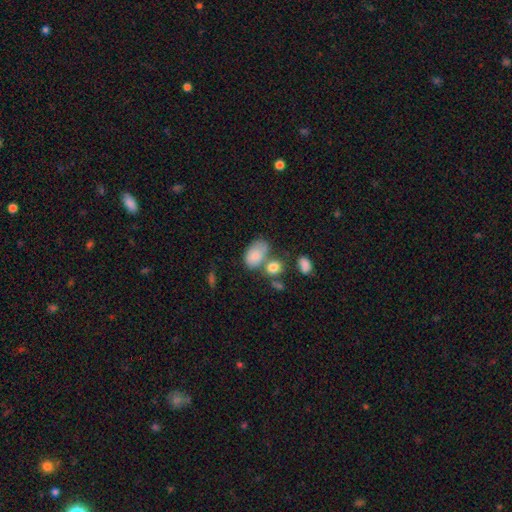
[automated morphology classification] smooth 80%, featured or disk 12%, star or artifact 8%. Down the decision tree: how rounded — in between (87%); merging — none (40%).